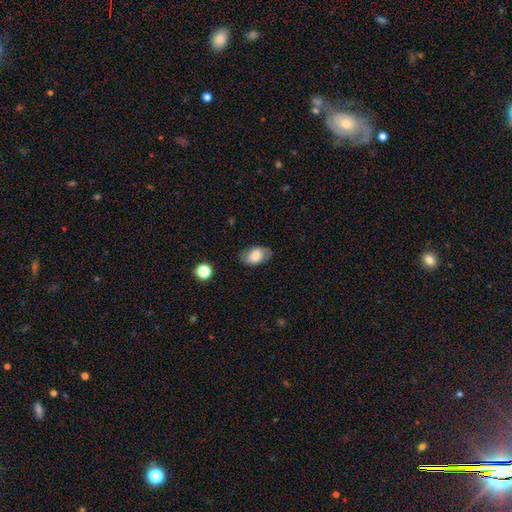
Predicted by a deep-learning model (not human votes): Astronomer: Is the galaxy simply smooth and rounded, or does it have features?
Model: smooth — 68%.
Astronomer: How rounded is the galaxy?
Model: in between — 89%.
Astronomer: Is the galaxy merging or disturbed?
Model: none — 76%.